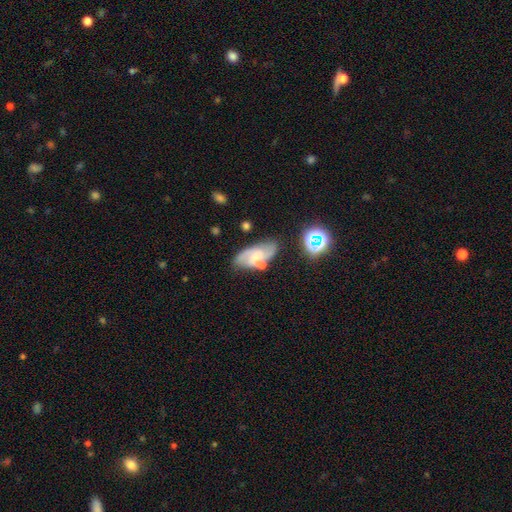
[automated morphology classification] The model was most divided on "bar": no: 56%, weak: 36%, strong: 8%. Remaining: edge-on disk — no (93%); spiral arms — yes (84%); smooth or featured — featured or disk (58%); merging — none (52%); bulge size — small (50%).